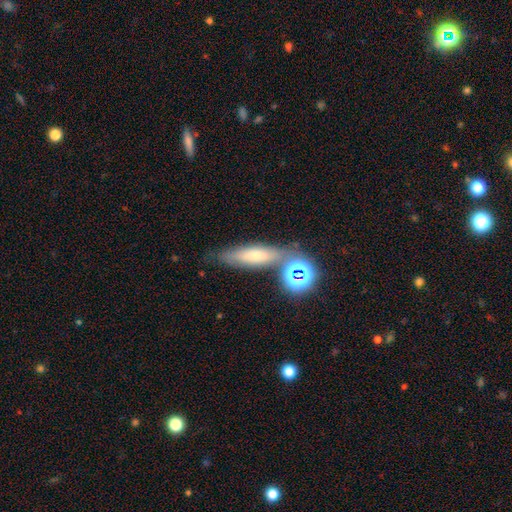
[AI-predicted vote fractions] A smooth galaxy with no disk features (59%) that is cigar-shaped (57%).

Vote fractions:
- Smooth or featured? smooth: 59% / featured or disk: 26% / star or artifact: 16%
- How rounded? cigar-shaped: 57% / in between: 35% / round: 7%
- Merging? none: 68% / minor disturbance: 14% / merger: 13% / major disturbance: 5%